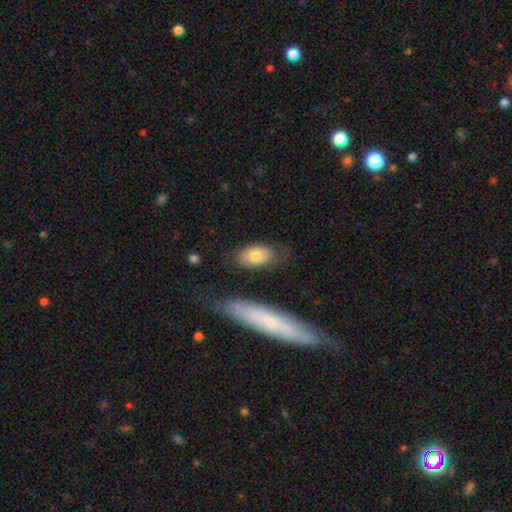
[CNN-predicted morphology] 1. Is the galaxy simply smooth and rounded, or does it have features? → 74% smooth, 20% featured or disk, 6% star or artifact.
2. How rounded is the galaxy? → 90% in between, 7% round, 3% cigar-shaped.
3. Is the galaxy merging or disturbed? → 70% none, 17% minor disturbance, 7% major disturbance, 6% merger.